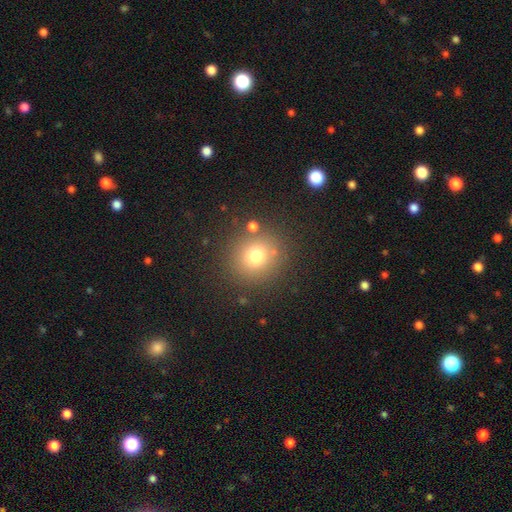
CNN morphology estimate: Q: Smooth or featured?
A: smooth (73%); runner-up: star or artifact (16%)
Q: How rounded?
A: round (89%); runner-up: in between (10%)
Q: Merging?
A: none (83%); runner-up: minor disturbance (8%)